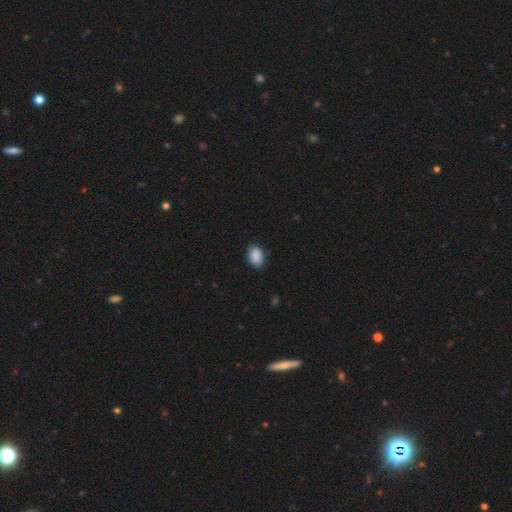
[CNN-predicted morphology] The model was most divided on "merging": none: 80%, minor disturbance: 16%, major disturbance: 3%, merger: 1%. More confident: smooth or featured — smooth (88%); how rounded — in between (83%).